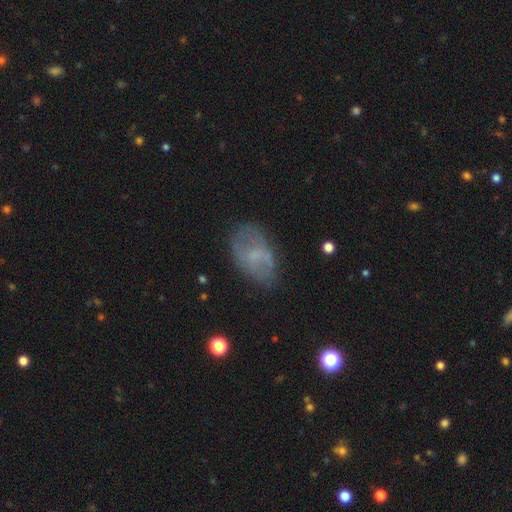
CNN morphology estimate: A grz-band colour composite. It shows a smooth galaxy with no disk features (48%). Merging: none (63%).